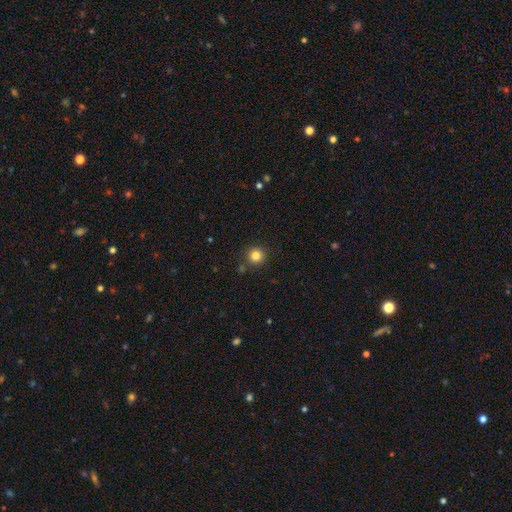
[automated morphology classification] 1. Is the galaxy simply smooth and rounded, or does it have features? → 83% smooth, 12% star or artifact, 5% featured or disk.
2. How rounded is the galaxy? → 94% round, 5% in between, 1% cigar-shaped.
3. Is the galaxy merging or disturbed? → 85% none, 8% minor disturbance, 5% merger, 3% major disturbance.